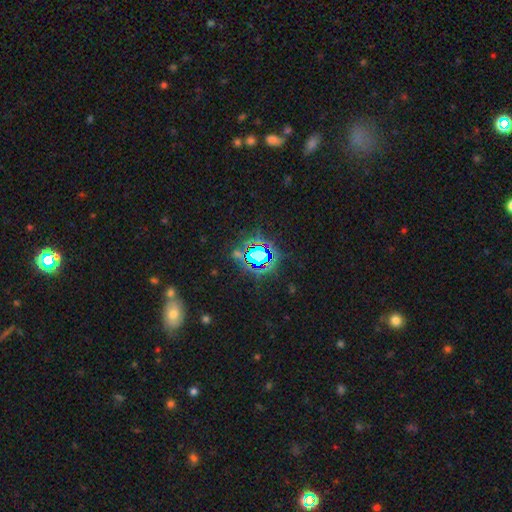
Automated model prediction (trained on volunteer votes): Smooth or featured?
  - star or artifact: 76% *
  - smooth: 15%
  - featured or disk: 9%